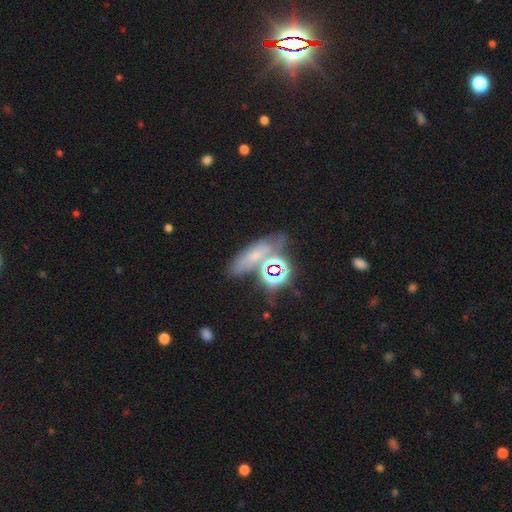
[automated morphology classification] Q: Smooth or featured?
A: smooth (40%); runner-up: star or artifact (37%)
Q: Merging?
A: none (57%); runner-up: minor disturbance (18%)